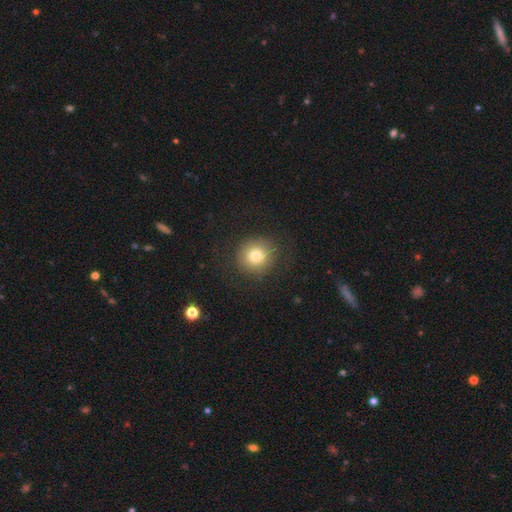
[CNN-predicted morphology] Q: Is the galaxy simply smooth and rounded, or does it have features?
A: smooth — 77%.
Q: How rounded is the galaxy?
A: round — 91%.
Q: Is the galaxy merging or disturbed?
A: none — 87%.